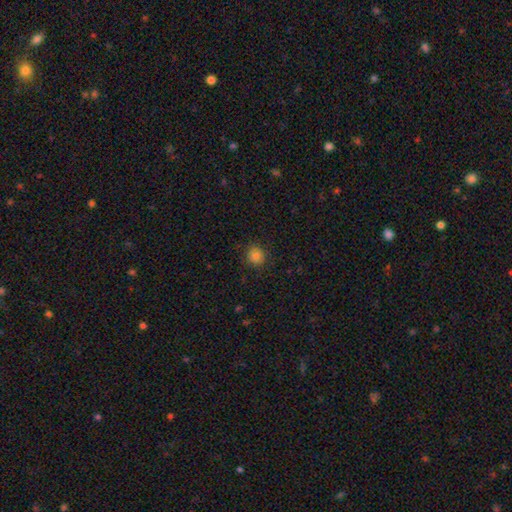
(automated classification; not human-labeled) A smooth galaxy with no disk features (84%) that is round (91%).

Vote fractions:
- Smooth or featured? smooth: 84% / star or artifact: 12% / featured or disk: 4%
- How rounded? round: 91% / in between: 8% / cigar-shaped: 1%
- Merging? none: 89% / minor disturbance: 8% / major disturbance: 2% / merger: 1%